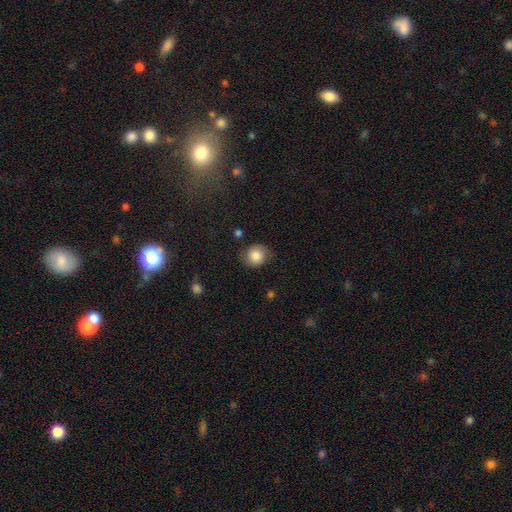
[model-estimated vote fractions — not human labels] Overall: smooth (76%). How rounded: round (82%). Merging: none (74%).